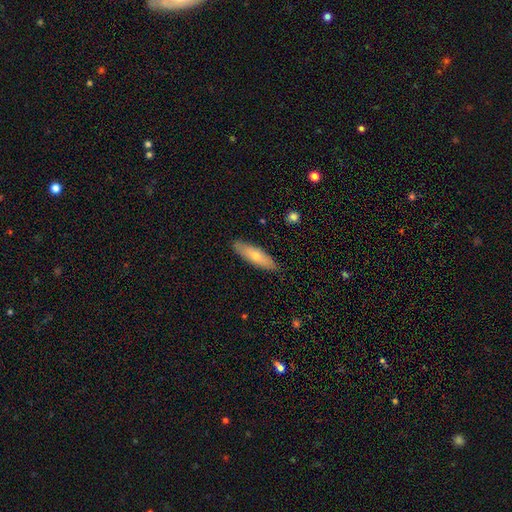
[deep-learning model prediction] Smooth or featured? Predicted: smooth (p=0.64). How rounded? Predicted: cigar-shaped (p=0.62). Merging? Predicted: none (p=0.88).